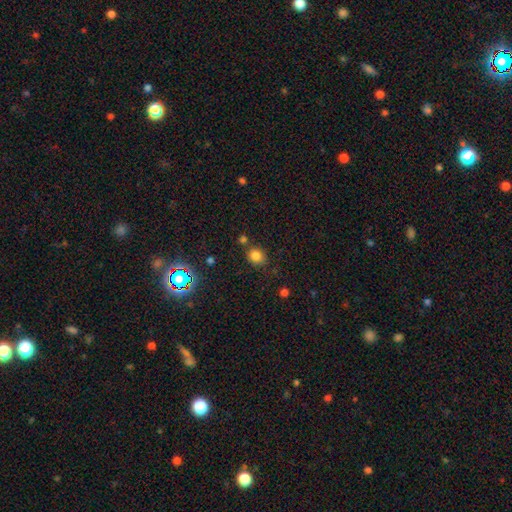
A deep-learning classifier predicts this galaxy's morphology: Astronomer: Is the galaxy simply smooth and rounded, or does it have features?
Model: smooth — 79%.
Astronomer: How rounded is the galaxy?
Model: round — 65%.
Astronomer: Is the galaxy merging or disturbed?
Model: none — 75%.